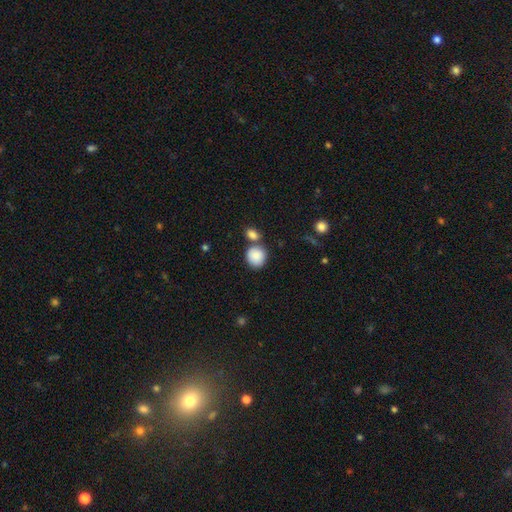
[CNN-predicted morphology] Smooth or featured? Predicted: smooth (p=0.88). How rounded? Predicted: round (p=0.82). Merging? Predicted: none (p=0.59).